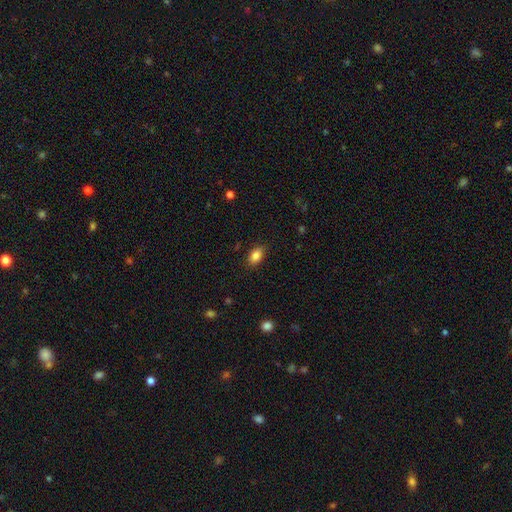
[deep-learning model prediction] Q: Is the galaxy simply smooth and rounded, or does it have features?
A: smooth — 85%.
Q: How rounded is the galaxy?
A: in between — 86%.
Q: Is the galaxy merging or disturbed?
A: none — 86%.